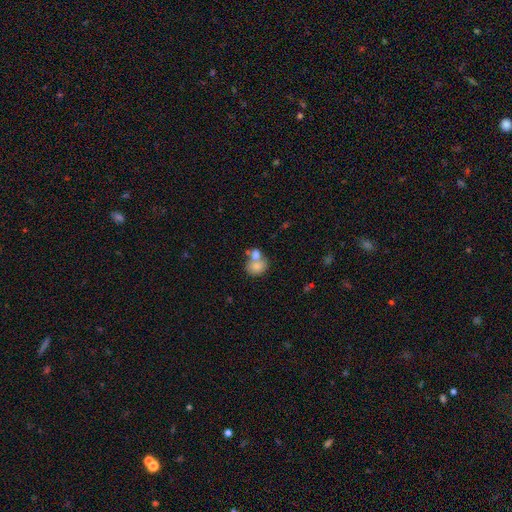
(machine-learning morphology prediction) smooth 76%, featured or disk 16%, star or artifact 9%. Down the decision tree: how rounded — round (52%); merging — merger (56%).